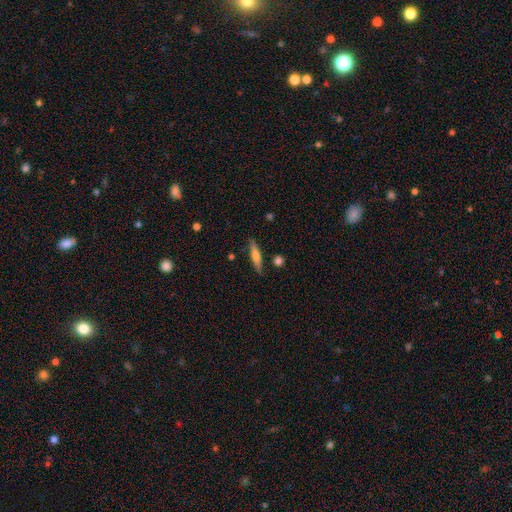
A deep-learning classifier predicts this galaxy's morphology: smooth-or-featured: smooth: 61% | featured or disk: 33% | star or artifact: 6%
  how-rounded: cigar-shaped: 85% | in between: 13% | round: 2%
  merging: none: 85% | minor disturbance: 10% | merger: 3% | major disturbance: 2%